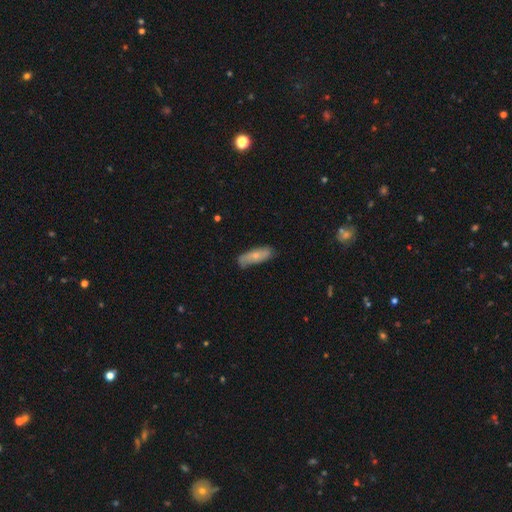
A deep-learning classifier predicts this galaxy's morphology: Smooth or featured? smooth (63%)
How rounded? in between (56%)
Merging? none (72%)